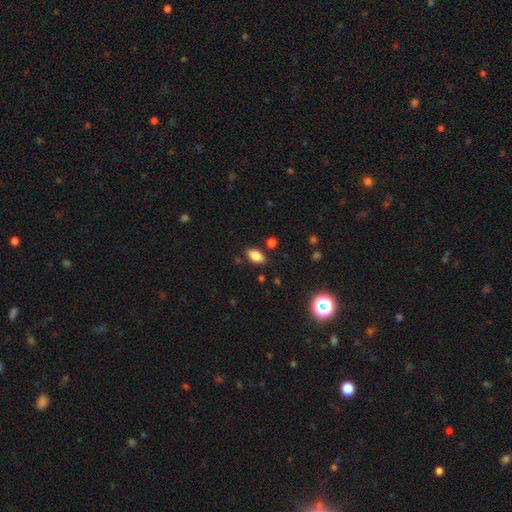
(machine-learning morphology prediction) type=smooth (83%); roundness=in between (90%); merging=none (83%).